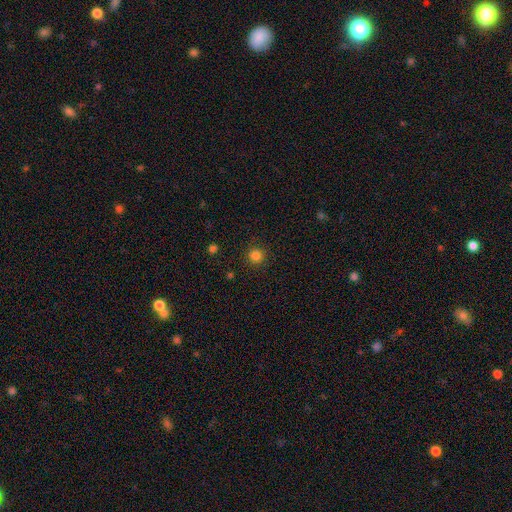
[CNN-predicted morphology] Smooth or featured: smooth — 83% (star or artifact — 13%)
How rounded: round — 95% (in between — 4%)
Merging: none — 91% (minor disturbance — 6%)